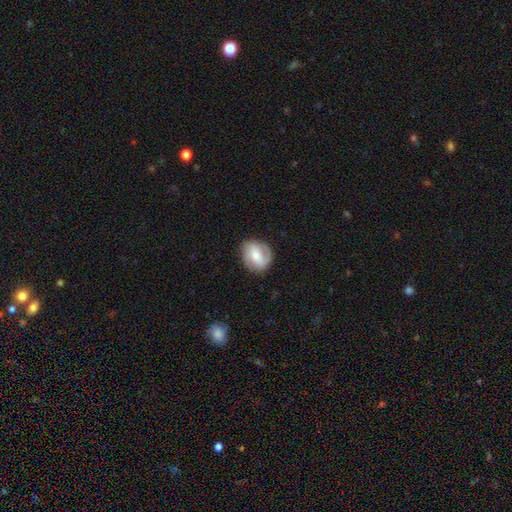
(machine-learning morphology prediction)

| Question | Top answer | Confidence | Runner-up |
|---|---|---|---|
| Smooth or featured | featured or disk | 57% | smooth (36%) |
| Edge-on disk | no | 96% | yes (4%) |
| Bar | weak | 42% | no (32%) |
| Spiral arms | yes | 81% | no (19%) |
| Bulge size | moderate | 52% | small (42%) |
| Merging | none | 77% | minor disturbance (16%) |